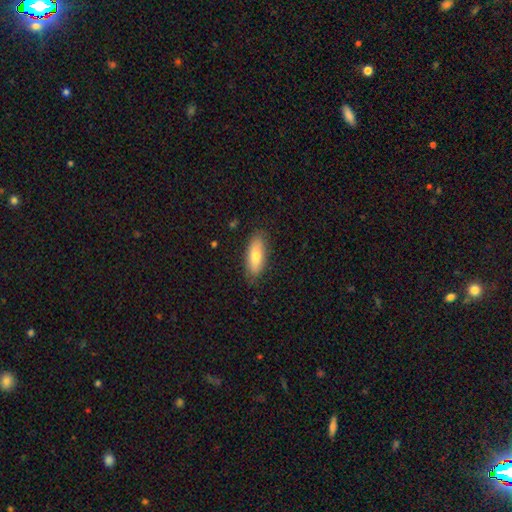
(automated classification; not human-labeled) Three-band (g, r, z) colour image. It shows a smooth galaxy with no disk features (73%) that is in between round and cigar-shaped (67%). Merging: none (84%).